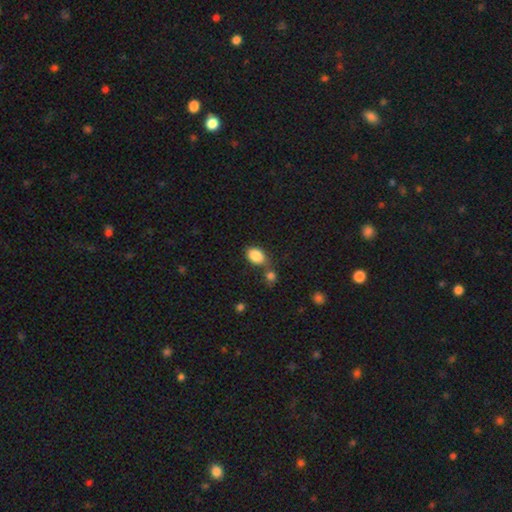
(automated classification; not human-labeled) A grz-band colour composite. It shows a smooth galaxy with no disk features (86%) that is in between round and cigar-shaped (79%). Merging: none (57%).